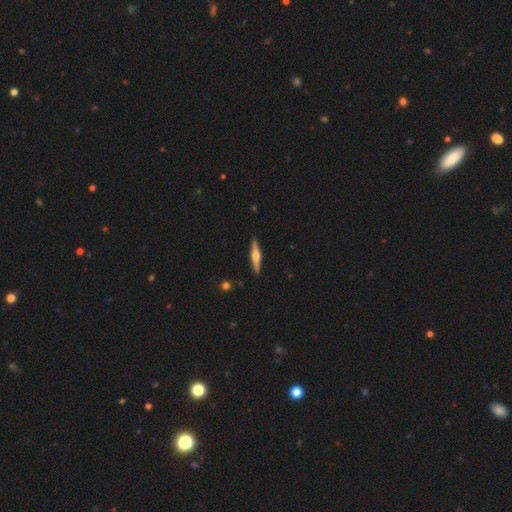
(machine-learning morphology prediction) The model was most divided on "smooth or featured": featured or disk: 67%, smooth: 27%, star or artifact: 5%. More confident: edge-on disk — yes (98%); merging — none (91%); edge-on bulge — rounded (89%).